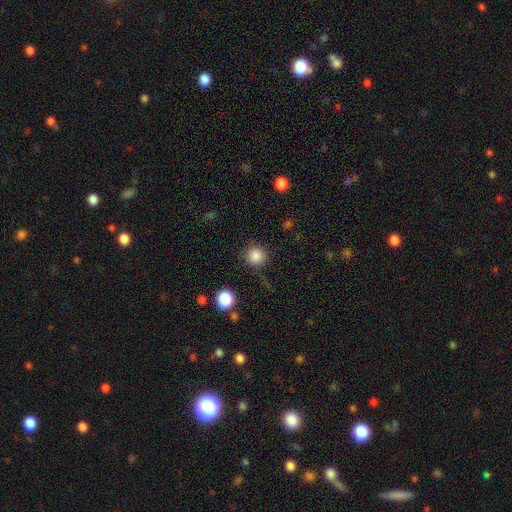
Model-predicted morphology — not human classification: Smooth or featured?
  - smooth: 85% *
  - star or artifact: 11%
  - featured or disk: 4%
How rounded?
  - round: 93% *
  - in between: 6%
  - cigar-shaped: 1%
Merging?
  - none: 86% *
  - minor disturbance: 8%
  - major disturbance: 4%
  - merger: 2%